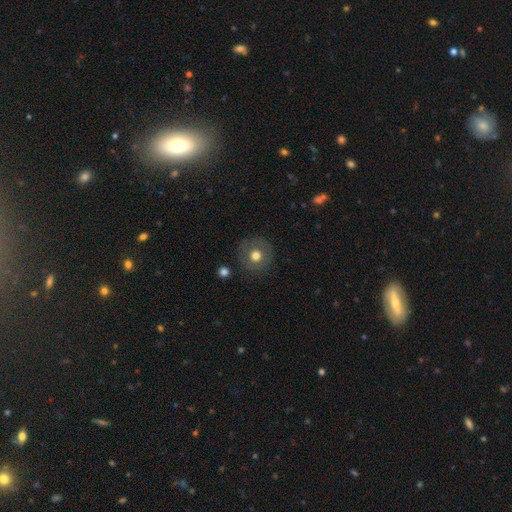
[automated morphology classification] The model was most divided on "smooth or featured": smooth: 64%, featured or disk: 27%, star or artifact: 9%. More confident: how rounded — round (94%); merging — none (87%).